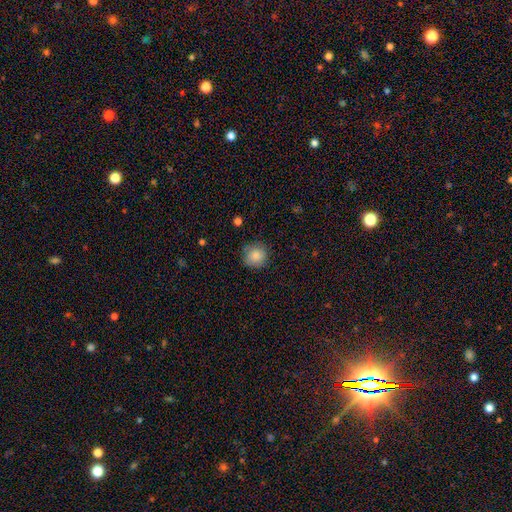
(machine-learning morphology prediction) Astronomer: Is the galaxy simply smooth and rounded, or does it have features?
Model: smooth — 85%.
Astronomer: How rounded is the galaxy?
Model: round — 90%.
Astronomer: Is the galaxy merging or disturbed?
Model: none — 82%.